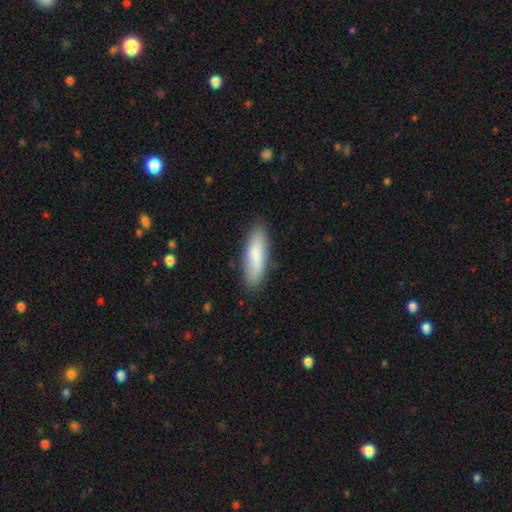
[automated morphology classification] Smooth or featured? Predicted: smooth (p=0.79). How rounded? Predicted: cigar-shaped (p=0.55). Merging? Predicted: none (p=0.83).